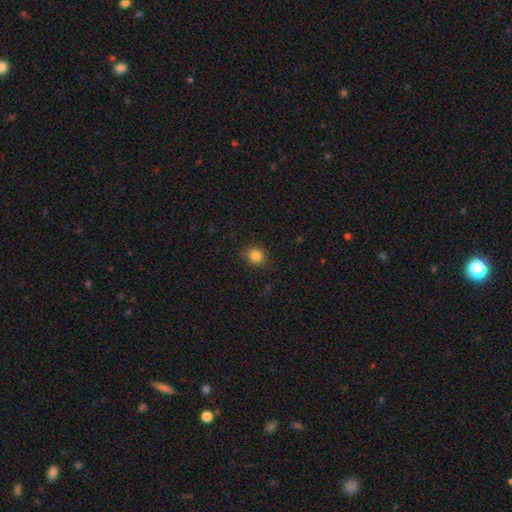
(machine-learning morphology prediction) Overall: smooth (84%). How rounded: round (82%). Merging: none (87%).